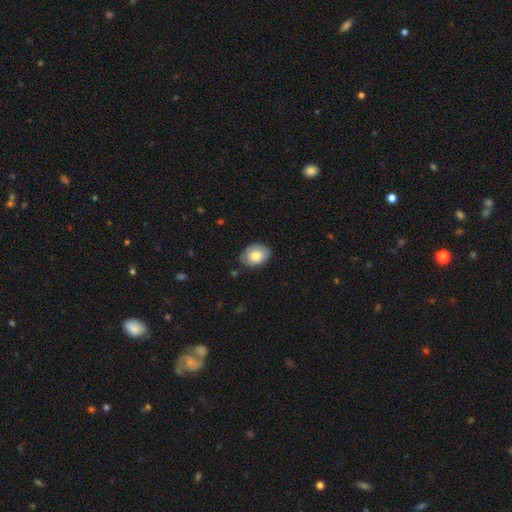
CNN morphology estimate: A smooth galaxy with no disk features (77%) that is in between round and cigar-shaped (70%). Merging: none (74%).